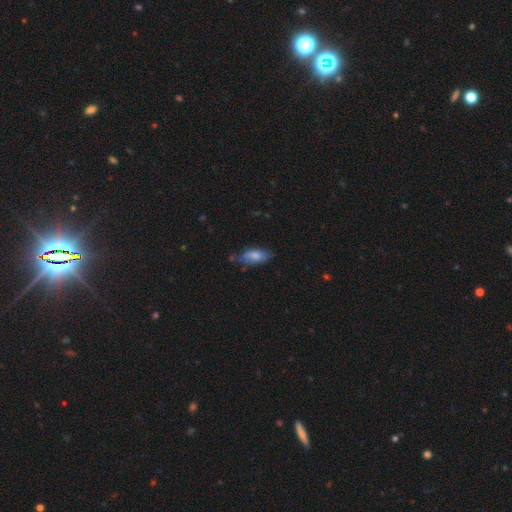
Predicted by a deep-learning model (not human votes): Smooth or featured?
  - smooth: 71% *
  - featured or disk: 22%
  - star or artifact: 7%
How rounded?
  - in between: 83% *
  - cigar-shaped: 15%
  - round: 2%
Merging?
  - none: 55% *
  - minor disturbance: 32%
  - major disturbance: 9%
  - merger: 4%